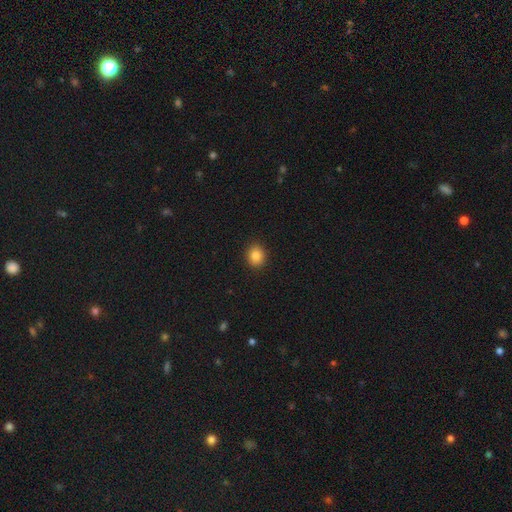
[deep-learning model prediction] smooth-or-featured: smooth: 85% | star or artifact: 10% | featured or disk: 5%
  how-rounded: round: 66% | in between: 33% | cigar-shaped: 1%
  merging: none: 91% | minor disturbance: 6% | major disturbance: 2% | merger: 1%